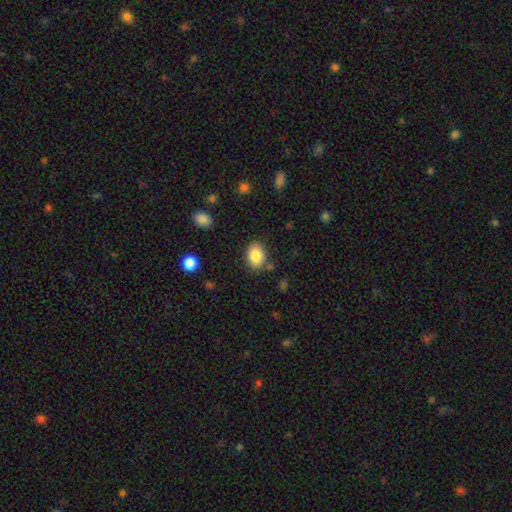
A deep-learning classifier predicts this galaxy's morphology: smooth_or_featured: smooth (p=0.86) [alt: star or artifact p=0.08]
how_rounded: in between (p=0.73) [alt: round p=0.26]
merging: none (p=0.81) [alt: minor disturbance p=0.12]